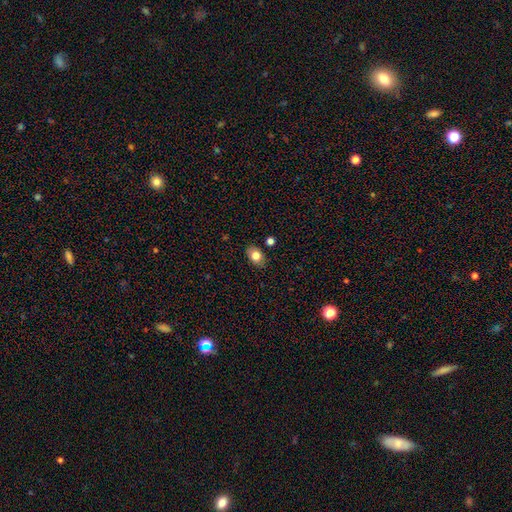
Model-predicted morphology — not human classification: smooth_or_featured: smooth (p=0.80) [alt: featured or disk p=0.11]
how_rounded: in between (p=0.78) [alt: round p=0.20]
merging: none (p=0.84) [alt: minor disturbance p=0.11]